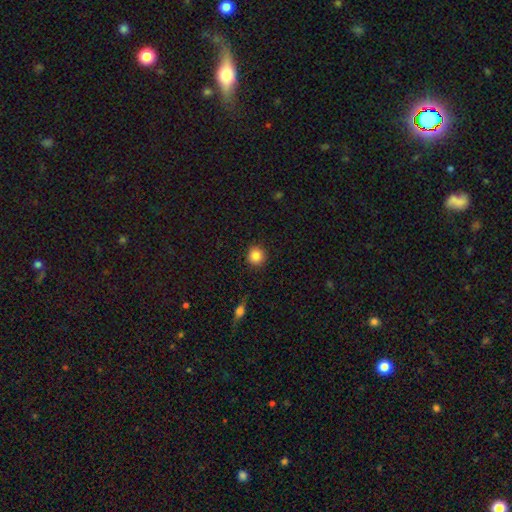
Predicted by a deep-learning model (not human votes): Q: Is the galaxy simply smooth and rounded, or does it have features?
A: smooth — 87%.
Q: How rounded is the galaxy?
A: round — 93%.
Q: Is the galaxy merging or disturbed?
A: none — 91%.